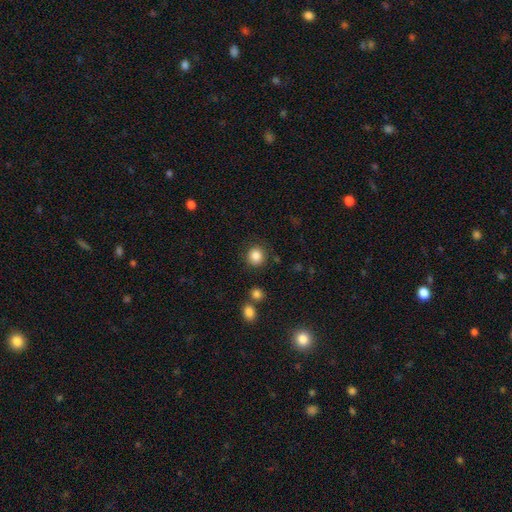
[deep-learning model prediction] The model was most divided on "smooth or featured": smooth: 86%, star or artifact: 10%, featured or disk: 4%. More confident: how rounded — round (89%); merging — none (86%).